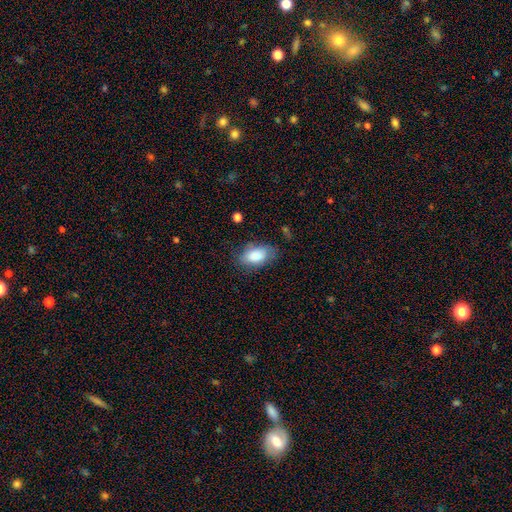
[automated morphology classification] Smooth or featured? smooth (84%)
How rounded? in between (93%)
Merging? none (71%)